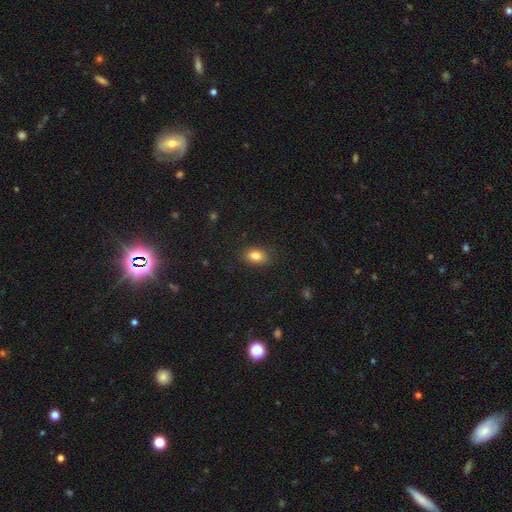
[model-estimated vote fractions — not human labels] Smooth or featured? Predicted: smooth (p=0.83). How rounded? Predicted: in between (p=0.83). Merging? Predicted: none (p=0.84).